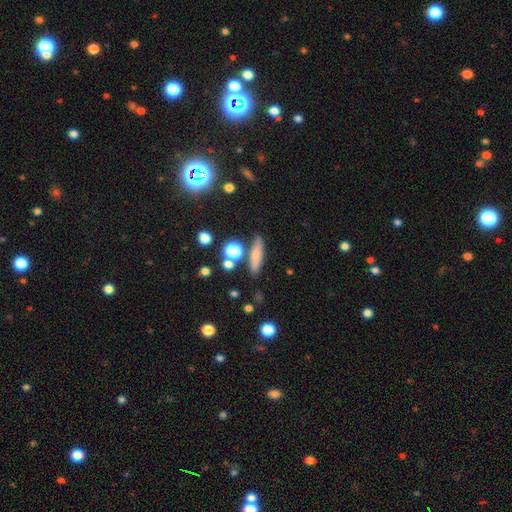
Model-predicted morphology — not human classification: This appears to be a smooth galaxy with no disk features (71%) that is cigar-shaped (73%). Merging: none (77%).